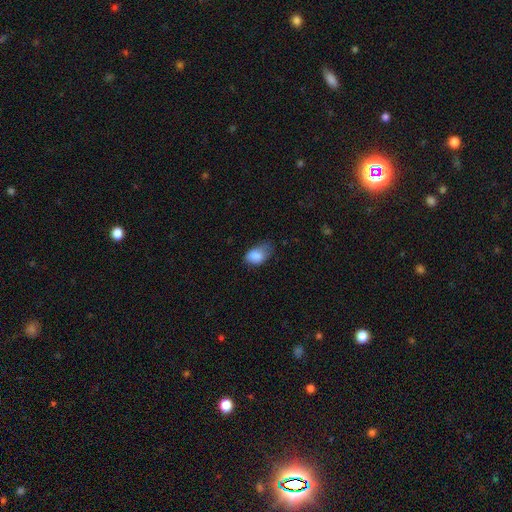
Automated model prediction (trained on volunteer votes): smooth-or-featured: smooth: 85% | star or artifact: 8% | featured or disk: 7%
  how-rounded: in between: 85% | round: 13% | cigar-shaped: 1%
  merging: minor disturbance: 43% | none: 35% | major disturbance: 19% | merger: 2%